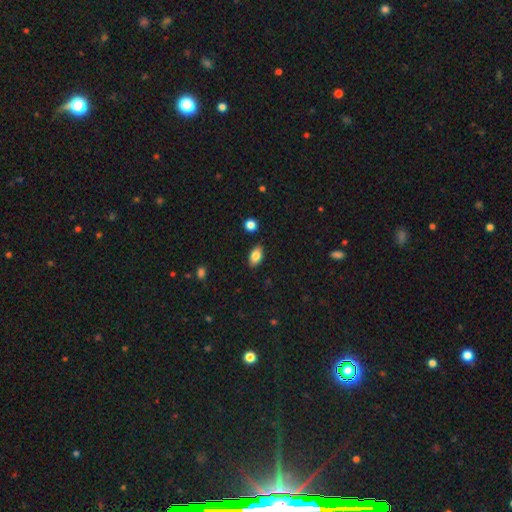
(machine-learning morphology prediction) A smooth galaxy with no disk features (82%) that is in between round and cigar-shaped (90%). Merging: none (86%).